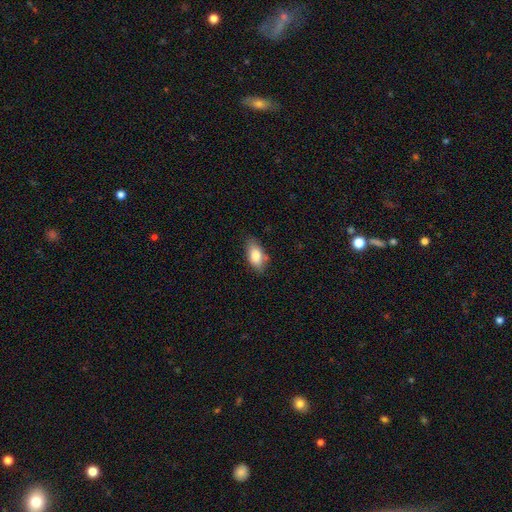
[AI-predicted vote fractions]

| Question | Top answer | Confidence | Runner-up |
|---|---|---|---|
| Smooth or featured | smooth | 81% | featured or disk (11%) |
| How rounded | in between | 90% | cigar-shaped (5%) |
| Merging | none | 74% | minor disturbance (20%) |